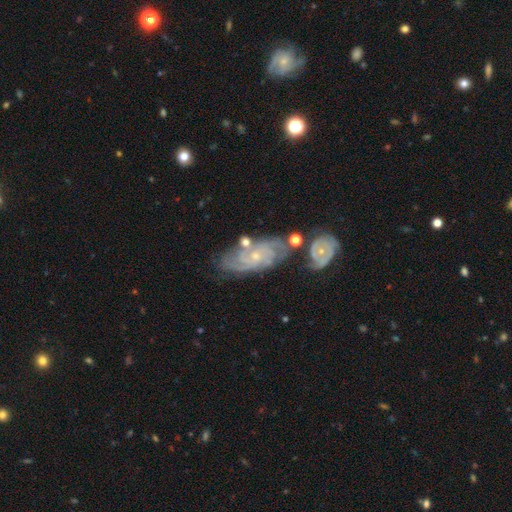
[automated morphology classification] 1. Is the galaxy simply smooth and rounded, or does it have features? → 83% featured or disk, 10% smooth, 7% star or artifact.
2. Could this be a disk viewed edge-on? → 94% no, 6% yes.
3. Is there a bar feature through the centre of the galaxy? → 73% no, 22% weak, 5% strong.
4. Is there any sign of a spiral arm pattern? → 95% yes, 5% no.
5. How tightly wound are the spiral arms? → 65% tight, 28% medium, 7% loose.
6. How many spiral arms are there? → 34% can't tell, 22% 2, 19% 3, 13% 4, 6% more than 4, 5% 1.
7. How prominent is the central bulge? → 79% small, 17% moderate, 2% none, 1% large, 1% dominant.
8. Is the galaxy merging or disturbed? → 61% none, 18% minor disturbance, 15% merger, 6% major disturbance.